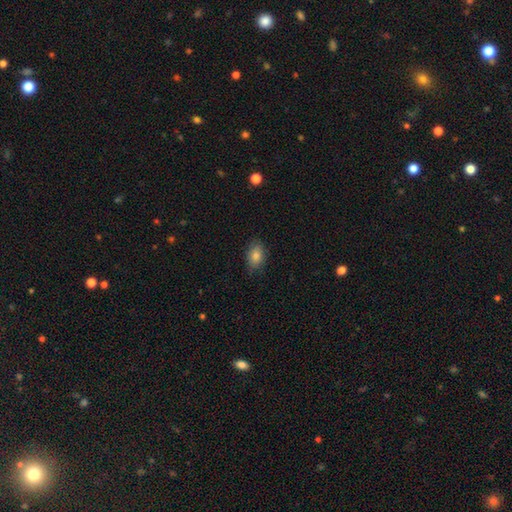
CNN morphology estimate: smooth 82%, star or artifact 9%, featured or disk 8%. Down the decision tree: how rounded — in between (83%); merging — none (81%).